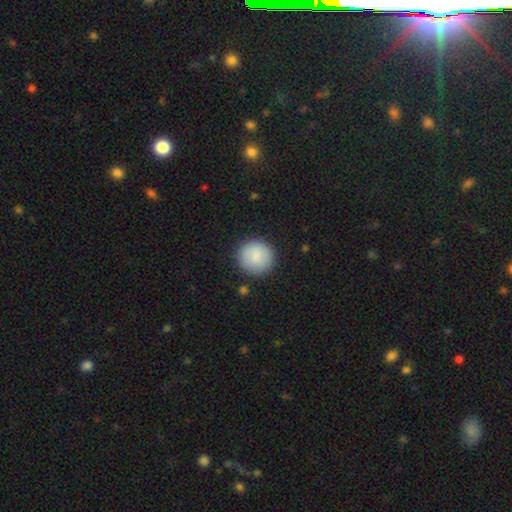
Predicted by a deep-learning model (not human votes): A smooth galaxy with no disk features (87%) that is round (94%). Merging: none (88%).